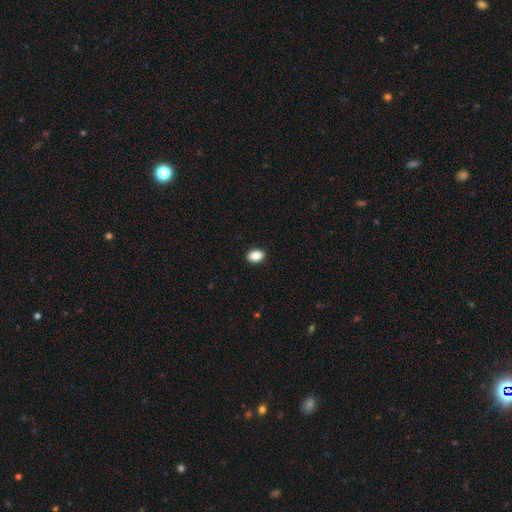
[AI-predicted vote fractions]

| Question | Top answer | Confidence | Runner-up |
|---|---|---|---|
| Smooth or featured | smooth | 89% | star or artifact (8%) |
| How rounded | in between | 85% | round (14%) |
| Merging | none | 90% | minor disturbance (7%) |